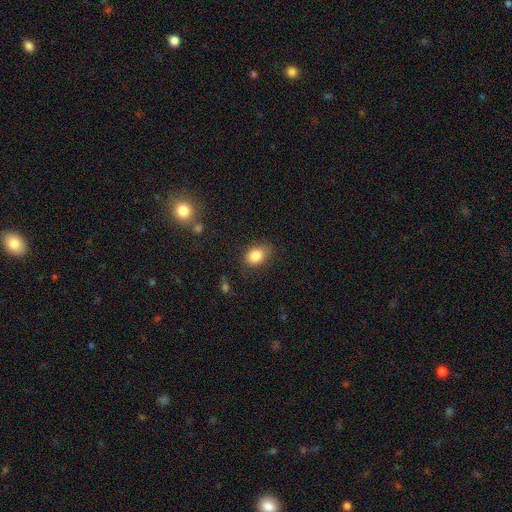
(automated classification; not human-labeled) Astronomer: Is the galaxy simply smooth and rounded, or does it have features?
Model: smooth — 84%.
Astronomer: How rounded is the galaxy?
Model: in between — 70%.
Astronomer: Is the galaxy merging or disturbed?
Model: none — 74%.